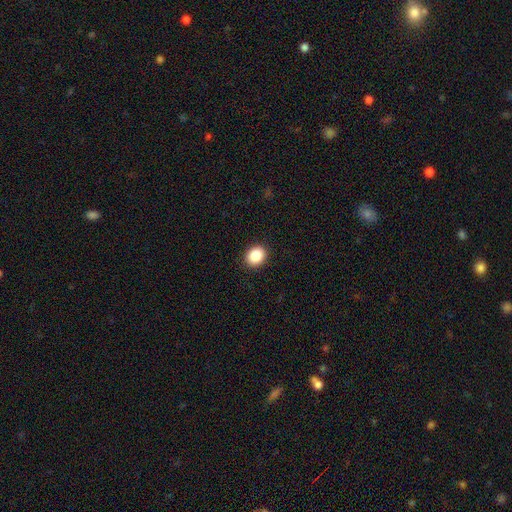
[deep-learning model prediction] smooth-or-featured: smooth: 88% | star or artifact: 9% | featured or disk: 3%
  how-rounded: round: 59% | in between: 40% | cigar-shaped: 1%
  merging: none: 91% | minor disturbance: 6% | major disturbance: 2% | merger: 1%